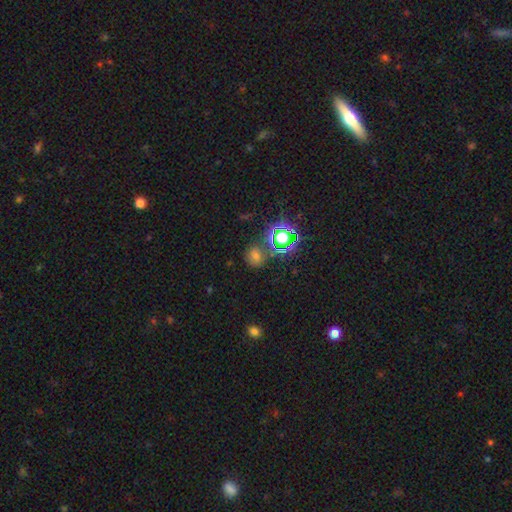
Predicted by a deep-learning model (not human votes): Overall: smooth (52%; star or artifact 39%). How rounded: round (71%). Merging: none (76%).